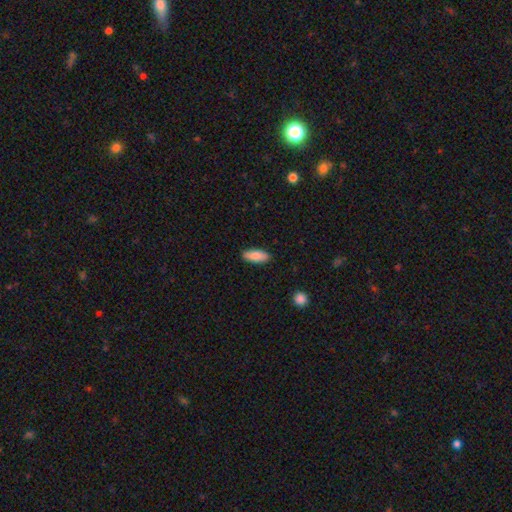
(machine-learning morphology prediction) This appears to be a smooth galaxy with no disk features (86%) that is in between round and cigar-shaped (75%). Merging: none (88%).